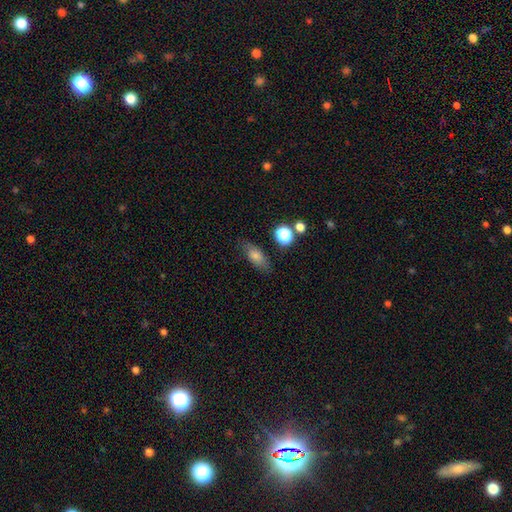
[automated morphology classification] This appears to be a smooth galaxy with no disk features (75%) that is in between round and cigar-shaped (77%). Merging: none (75%).